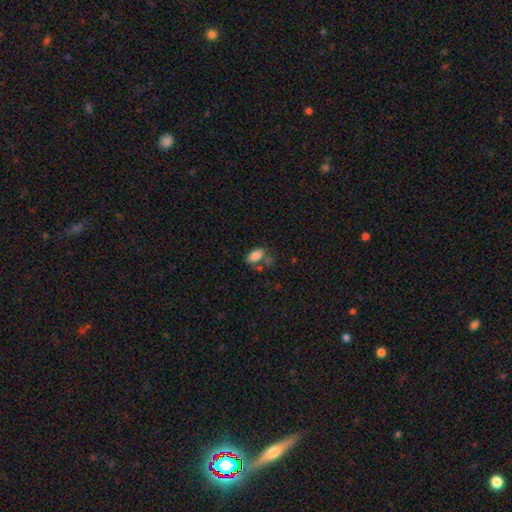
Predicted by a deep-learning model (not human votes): smooth-or-featured: smooth: 84% | star or artifact: 10% | featured or disk: 7%
  how-rounded: in between: 92% | round: 5% | cigar-shaped: 3%
  merging: none: 53% | minor disturbance: 19% | merger: 19% | major disturbance: 8%